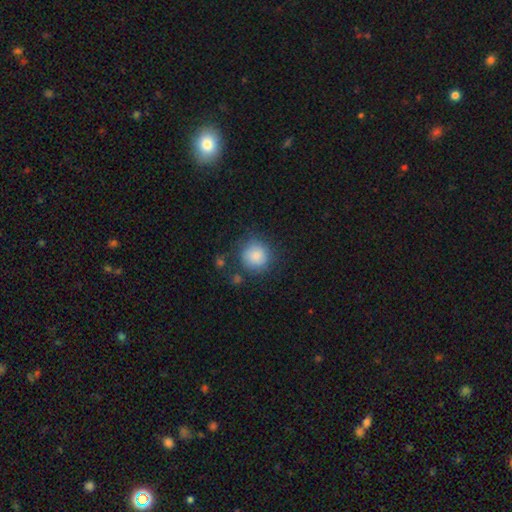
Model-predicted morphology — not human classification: type=smooth (84%); roundness=round (92%); merging=none (76%).